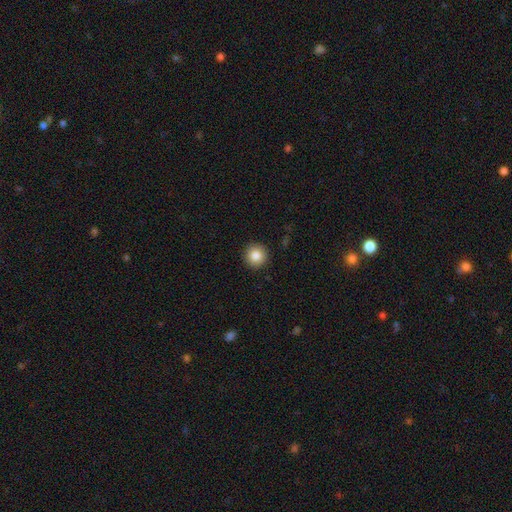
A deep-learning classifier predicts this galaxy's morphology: Overall: smooth (85%). How rounded: round (95%). Merging: none (92%).